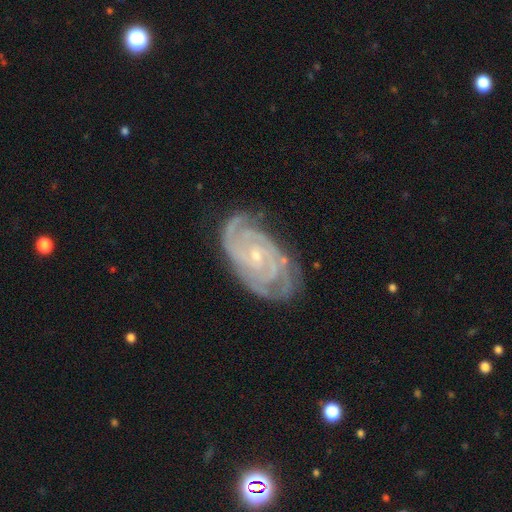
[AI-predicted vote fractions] Smooth or featured: featured or disk — 90% (star or artifact — 5%)
Edge-on disk: no — 97% (yes — 3%)
Bar: no — 64% (weak — 28%)
Spiral arms: yes — 98% (no — 2%)
Spiral winding: tight — 75% (medium — 21%)
Spiral arm count: 2 — 29% (3 — 24%)
Bulge size: small — 81% (moderate — 16%)
Merging: none — 72% (minor disturbance — 20%)